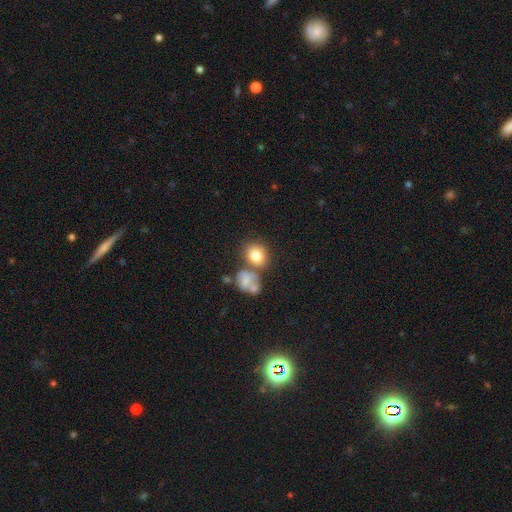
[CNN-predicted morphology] smooth_or_featured: smooth (p=0.78) [alt: featured or disk p=0.12]
how_rounded: round (p=0.65) [alt: in between p=0.34]
merging: none (p=0.54) [alt: merger p=0.27]